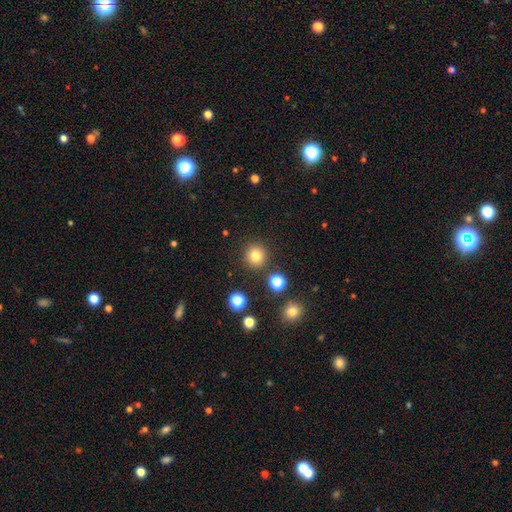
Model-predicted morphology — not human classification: Smooth or featured: smooth — 81% (star or artifact — 13%)
How rounded: round — 93% (in between — 6%)
Merging: none — 89% (minor disturbance — 6%)